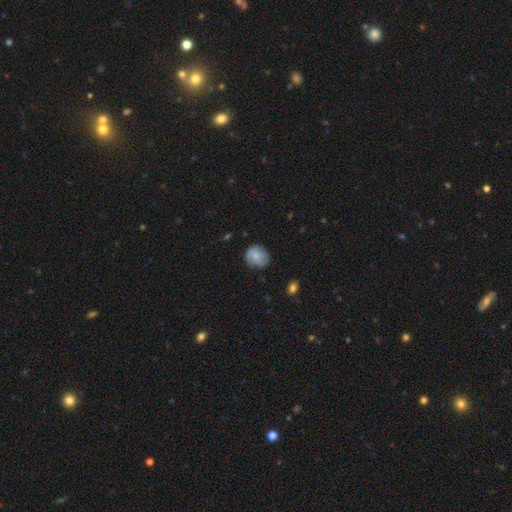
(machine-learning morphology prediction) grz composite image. It shows a smooth galaxy with no disk features (56%) that is round (78%). Merging: none (68%).